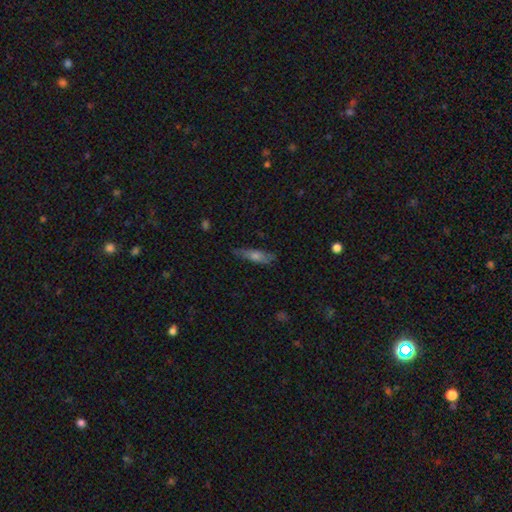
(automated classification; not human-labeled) The model was most divided on "smooth or featured": smooth: 49%, featured or disk: 42%, star or artifact: 9%. More confident: merging — none (79%).